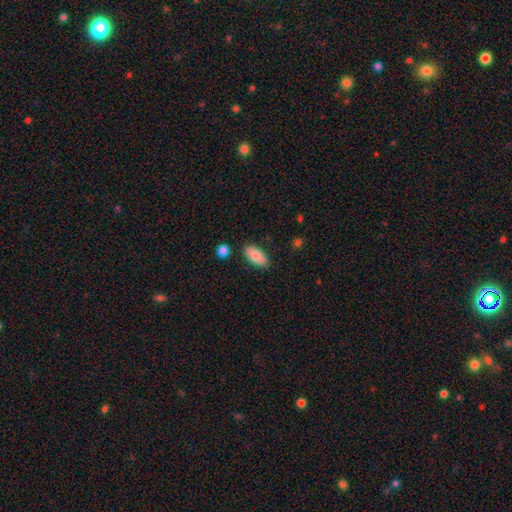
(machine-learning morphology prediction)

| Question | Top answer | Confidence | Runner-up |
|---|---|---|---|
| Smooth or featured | smooth | 81% | featured or disk (12%) |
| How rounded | in between | 93% | cigar-shaped (4%) |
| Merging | none | 84% | minor disturbance (11%) |